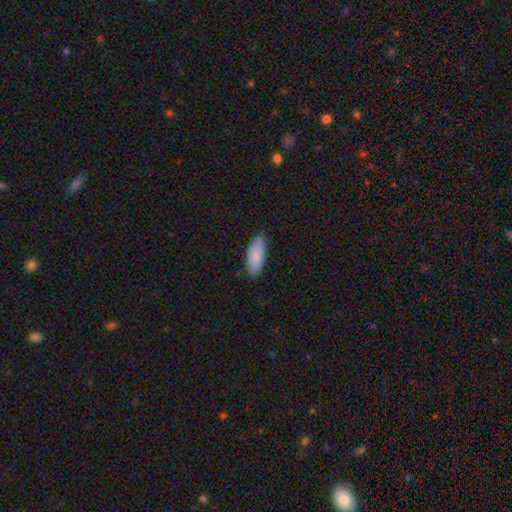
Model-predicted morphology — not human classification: smooth 83%, featured or disk 11%, star or artifact 6%. Down the decision tree: how rounded — in between (79%); merging — none (80%).